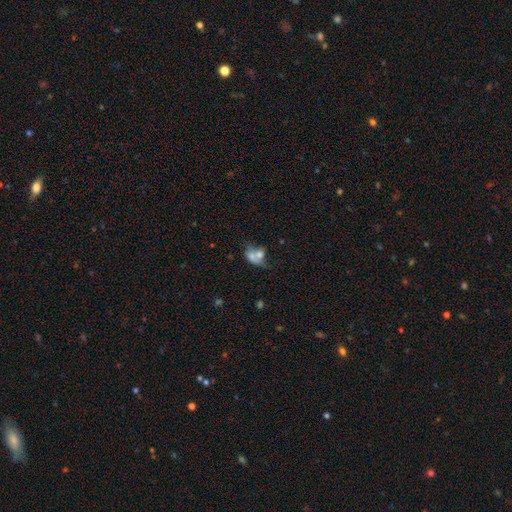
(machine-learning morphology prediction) smooth-or-featured: smooth: 61% | featured or disk: 27% | star or artifact: 11%
  how-rounded: in between: 66% | round: 31% | cigar-shaped: 2%
  merging: merger: 60% | none: 19% | major disturbance: 11% | minor disturbance: 10%